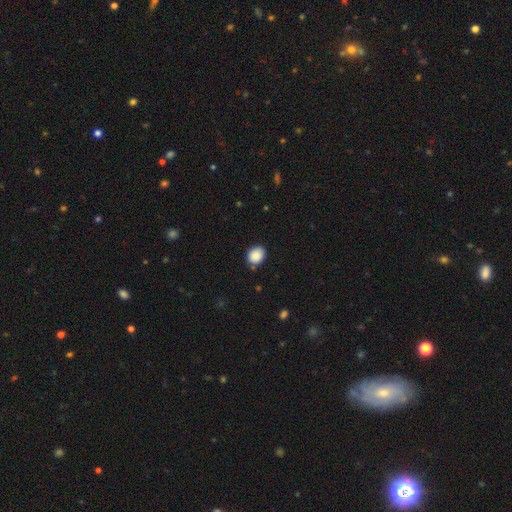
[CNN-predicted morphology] smooth-or-featured: smooth: 88% | star or artifact: 8% | featured or disk: 4%
  how-rounded: round: 57% | in between: 42% | cigar-shaped: 1%
  merging: none: 83% | minor disturbance: 12% | major disturbance: 3% | merger: 2%